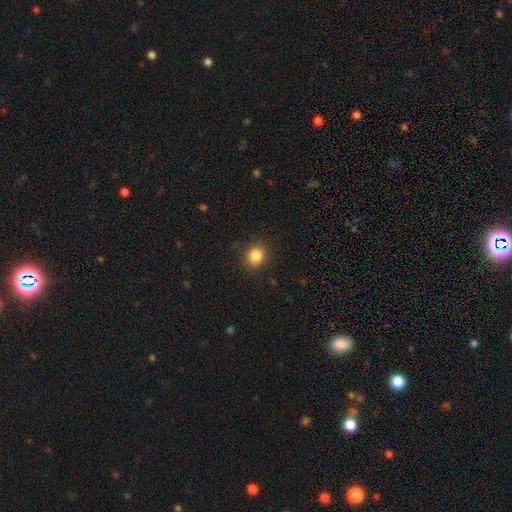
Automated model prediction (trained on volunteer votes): Overall: smooth (86%). How rounded: round (68%; in between 31%). Merging: none (88%).